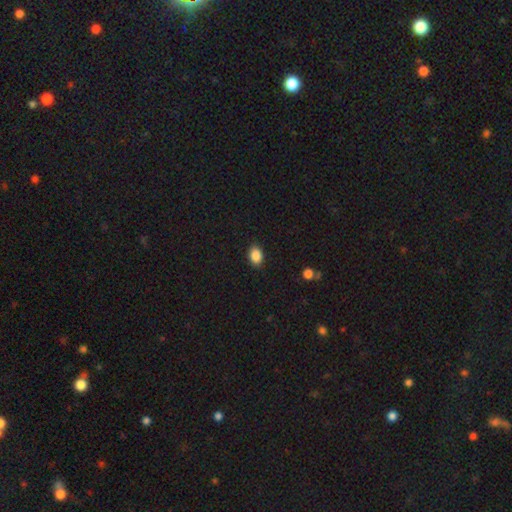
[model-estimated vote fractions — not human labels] smooth 87%, star or artifact 9%, featured or disk 4%. Down the decision tree: how rounded — in between (75%); merging — none (89%).